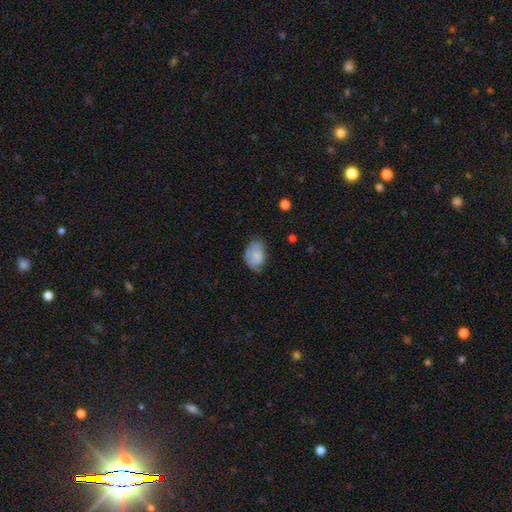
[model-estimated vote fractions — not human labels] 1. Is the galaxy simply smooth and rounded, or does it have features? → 72% smooth, 20% featured or disk, 8% star or artifact.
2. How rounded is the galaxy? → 81% in between, 17% round, 1% cigar-shaped.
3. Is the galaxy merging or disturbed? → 52% none, 35% minor disturbance, 12% major disturbance, 2% merger.